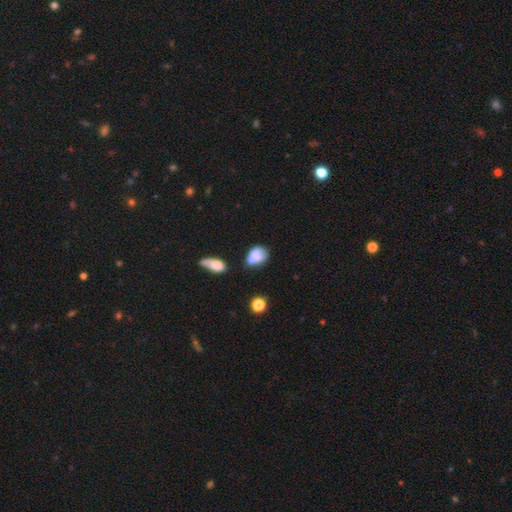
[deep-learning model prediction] Smooth or featured: smooth — 68% (featured or disk — 22%)
How rounded: in between — 73% (round — 25%)
Merging: none — 35% (merger — 26%)